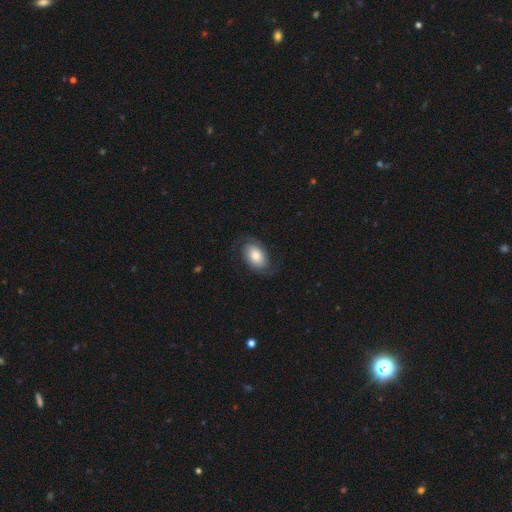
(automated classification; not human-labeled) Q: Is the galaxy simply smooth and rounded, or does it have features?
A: smooth — 54%.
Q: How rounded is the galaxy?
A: in between — 87%.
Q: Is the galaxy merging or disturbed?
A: none — 71%.